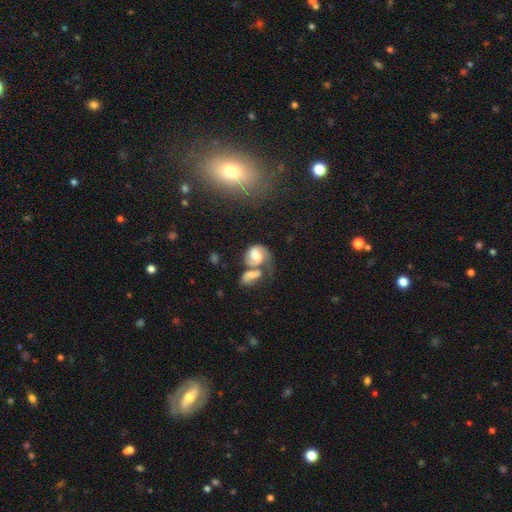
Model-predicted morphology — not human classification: type=featured or disk (63%); edge-on=no (97%); bar=no (50%); spiral arms=yes (84%); winding=medium (44%); arm count=2 (66%); bulge=moderate (42%); merging=merger (63%).